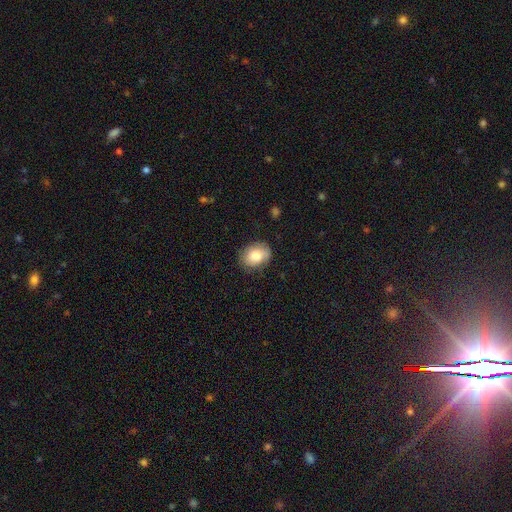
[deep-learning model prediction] smooth 81%, featured or disk 12%, star or artifact 7%. Down the decision tree: how rounded — in between (64%); merging — none (79%).